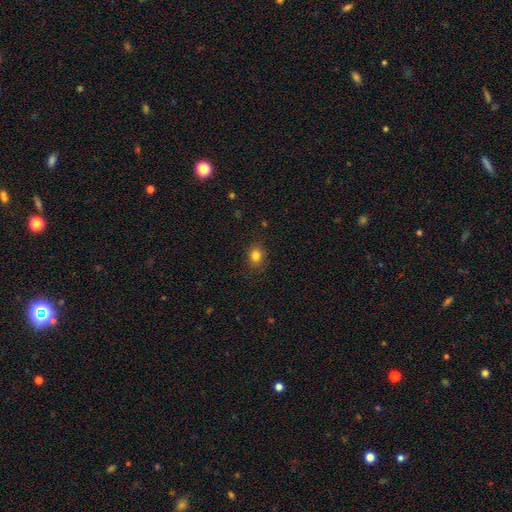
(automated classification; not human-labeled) Smooth or featured: smooth — 82% (star or artifact — 12%)
How rounded: round — 68% (in between — 31%)
Merging: none — 85% (minor disturbance — 11%)